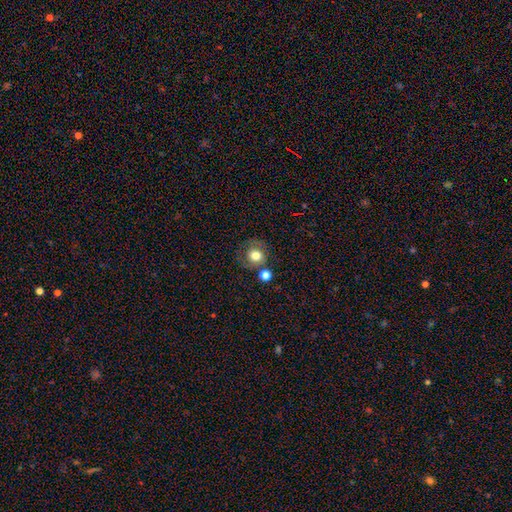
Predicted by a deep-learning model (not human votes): Overall: smooth (70%). How rounded: round (84%). Merging: none (65%).